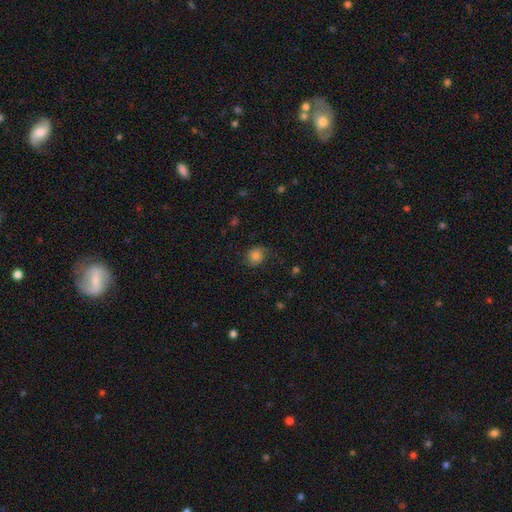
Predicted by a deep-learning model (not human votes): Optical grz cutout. It shows a smooth galaxy with no disk features (72%) that is round (78%). Merging: none (63%).